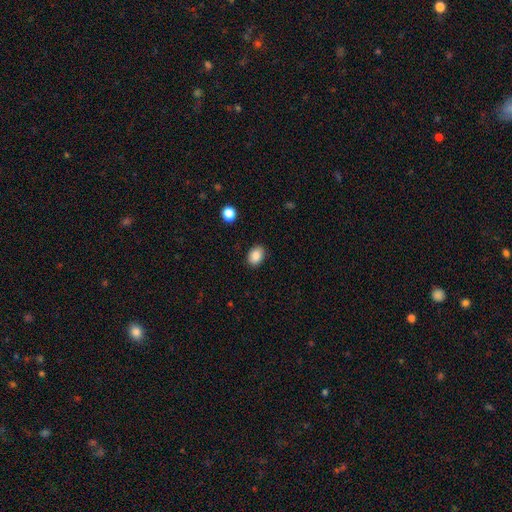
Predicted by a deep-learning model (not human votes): Smooth or featured?
  - smooth: 88% *
  - star or artifact: 8%
  - featured or disk: 4%
How rounded?
  - in between: 73% *
  - round: 26%
  - cigar-shaped: 1%
Merging?
  - none: 87% *
  - minor disturbance: 9%
  - major disturbance: 2%
  - merger: 1%